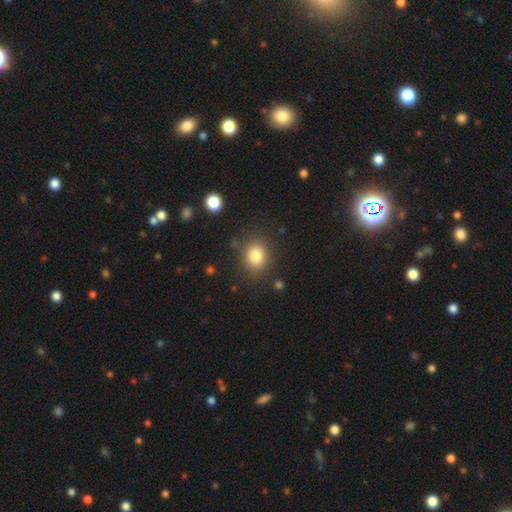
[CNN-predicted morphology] Overall: smooth (82%). How rounded: round (69%; in between 30%). Merging: none (84%).